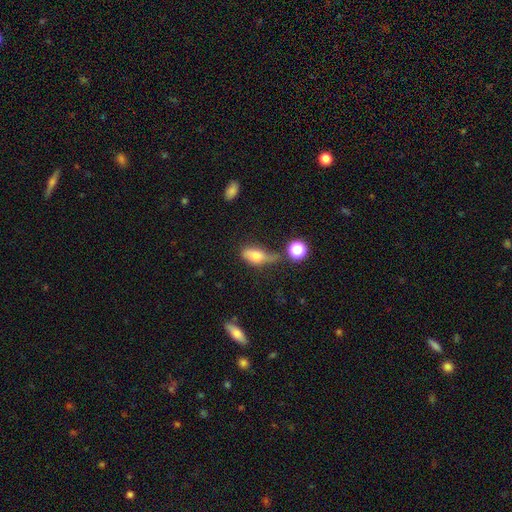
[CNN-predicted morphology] This appears to be a smooth galaxy with no disk features (67%) that is in between round and cigar-shaped (80%). Merging: none (35%).